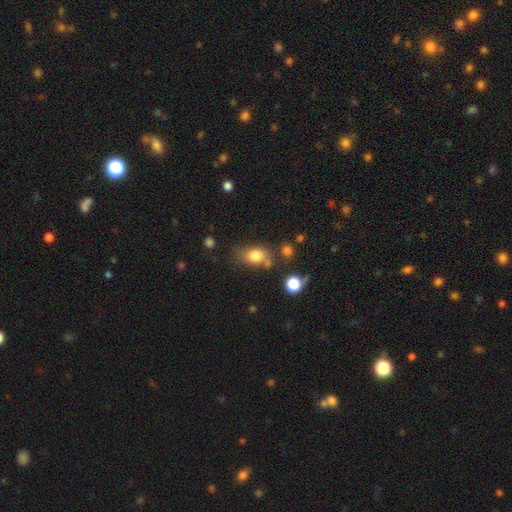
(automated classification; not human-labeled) A smooth galaxy with no disk features (80%) that is in between round and cigar-shaped (70%). Merging: none (62%).